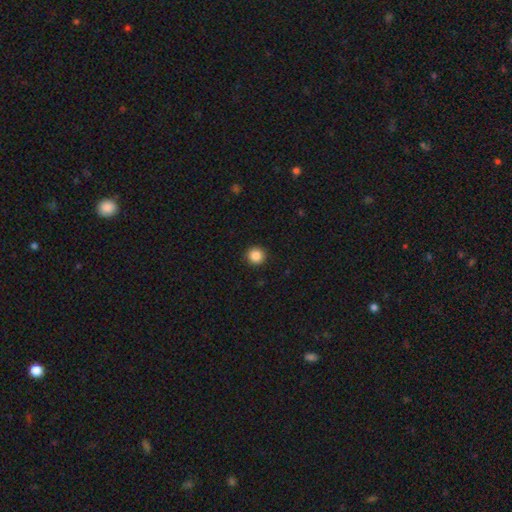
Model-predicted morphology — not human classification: Smooth or featured?
  - smooth: 87% *
  - star or artifact: 10%
  - featured or disk: 3%
How rounded?
  - round: 96% *
  - in between: 4%
  - cigar-shaped: 1%
Merging?
  - none: 93% *
  - minor disturbance: 4%
  - major disturbance: 2%
  - merger: 1%